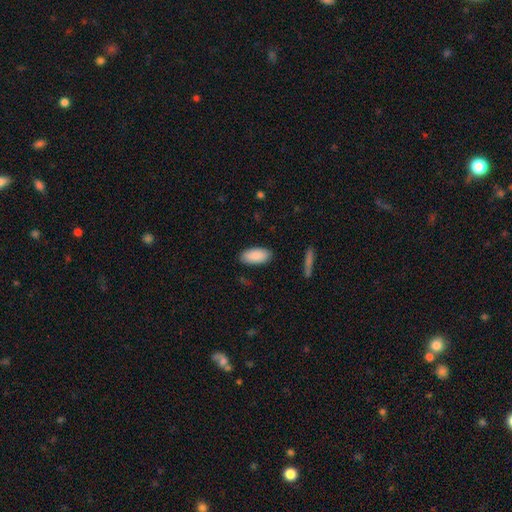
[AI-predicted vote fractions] smooth_or_featured: smooth (p=0.89) [alt: star or artifact p=0.06]
how_rounded: in between (p=0.93) [alt: cigar-shaped p=0.05]
merging: none (p=0.87) [alt: minor disturbance p=0.10]